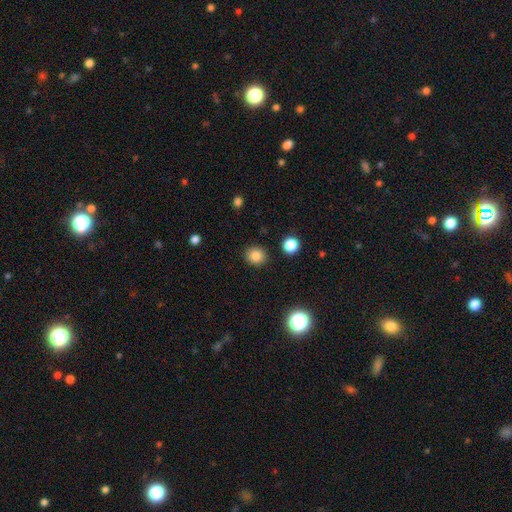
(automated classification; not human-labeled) Smooth or featured? smooth (84%)
How rounded? round (83%)
Merging? none (90%)